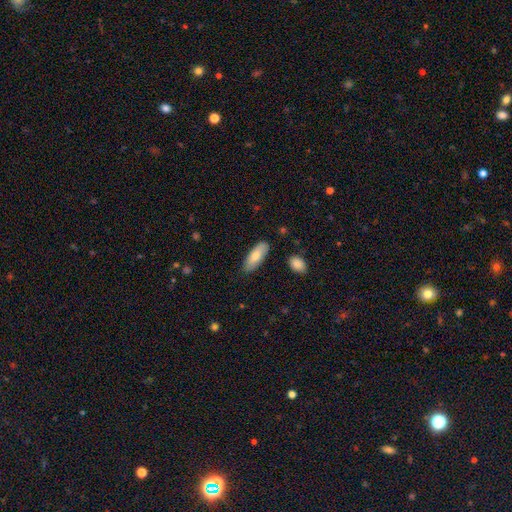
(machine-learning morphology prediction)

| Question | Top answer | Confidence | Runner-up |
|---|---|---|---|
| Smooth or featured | smooth | 78% | featured or disk (16%) |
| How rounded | in between | 74% | cigar-shaped (24%) |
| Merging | none | 83% | minor disturbance (13%) |